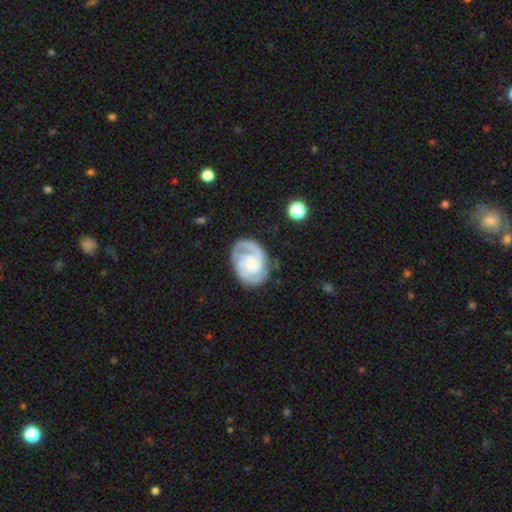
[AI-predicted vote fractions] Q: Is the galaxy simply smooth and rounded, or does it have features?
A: featured or disk — 89%.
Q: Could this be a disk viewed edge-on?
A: no — 98%.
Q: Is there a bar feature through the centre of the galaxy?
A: no — 66%.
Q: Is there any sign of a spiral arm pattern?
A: yes — 98%.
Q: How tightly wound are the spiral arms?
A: tight — 66%.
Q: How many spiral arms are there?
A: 2 — 68%.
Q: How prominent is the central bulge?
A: small — 56%.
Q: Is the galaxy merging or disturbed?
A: none — 77%.